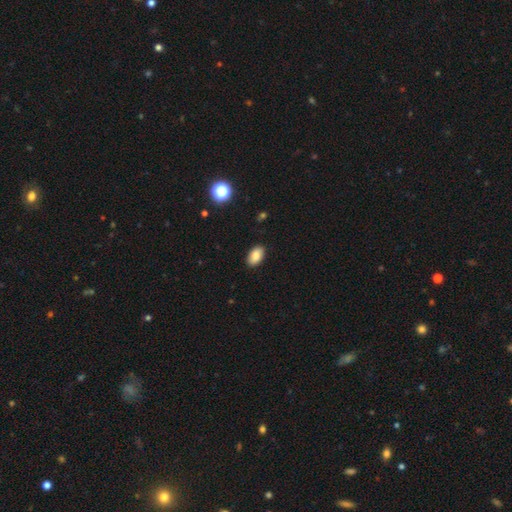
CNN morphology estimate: Smooth or featured? Predicted: smooth (p=0.83). How rounded? Predicted: in between (p=0.92). Merging? Predicted: none (p=0.89).